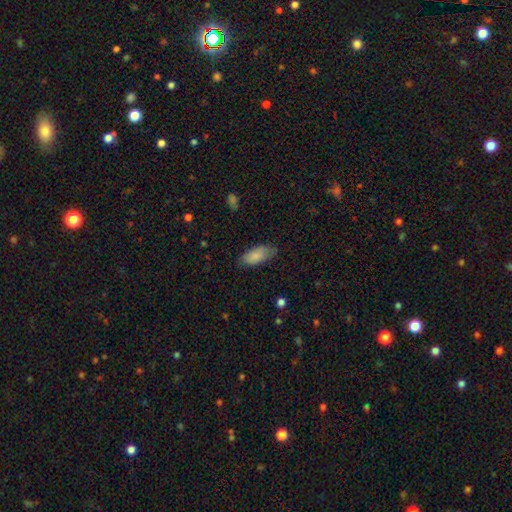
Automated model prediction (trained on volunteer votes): Smooth or featured? Predicted: smooth (p=0.87). How rounded? Predicted: in between (p=0.86). Merging? Predicted: none (p=0.78).